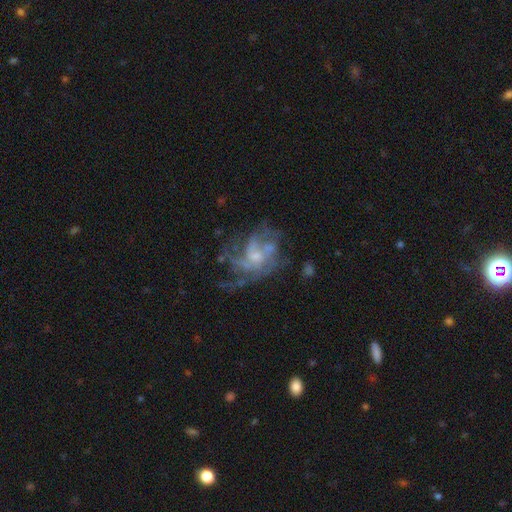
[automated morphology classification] A featured or disk galaxy (80%) with no bar (69%), medium (43%) spiral arms (81%) and a small central bulge (47%). Merging: none (49%).